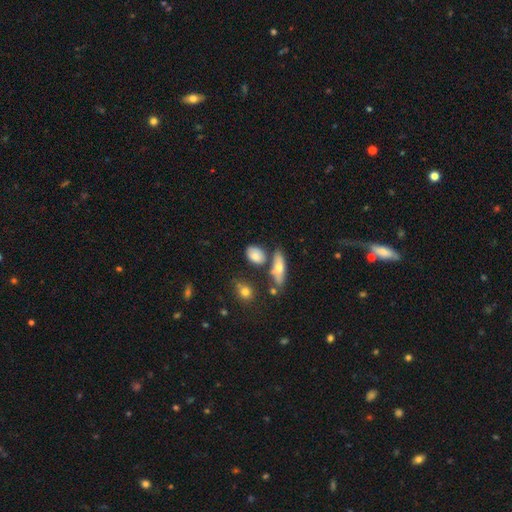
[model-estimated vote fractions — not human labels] Smooth or featured? Predicted: smooth (p=0.74). How rounded? Predicted: in between (p=0.78). Merging? Predicted: none (p=0.64).